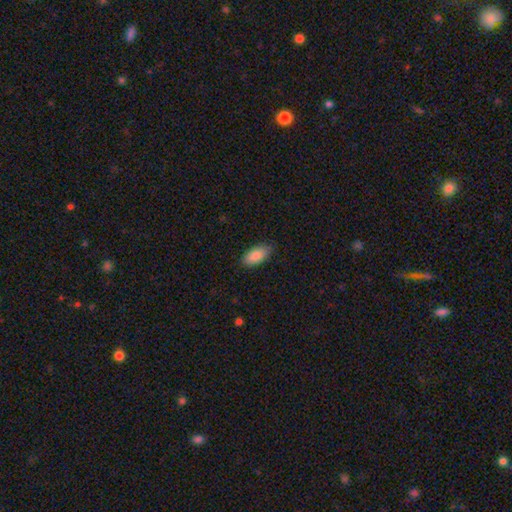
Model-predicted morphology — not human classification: Smooth or featured? Predicted: smooth (p=0.88). How rounded? Predicted: in between (p=0.93). Merging? Predicted: none (p=0.82).